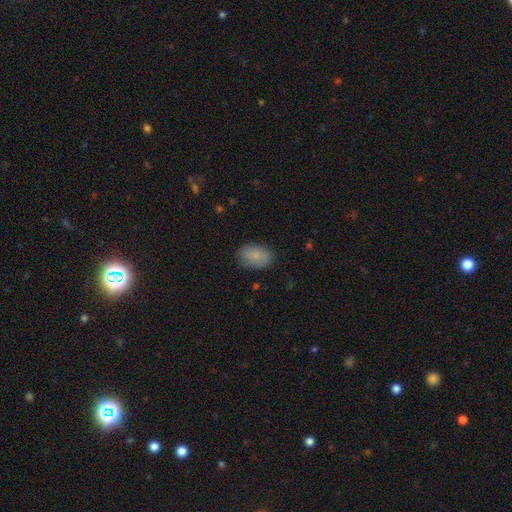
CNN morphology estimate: smooth-or-featured: smooth: 82% | featured or disk: 11% | star or artifact: 7%
  how-rounded: in between: 88% | round: 11% | cigar-shaped: 1%
  merging: none: 82% | minor disturbance: 14% | major disturbance: 3% | merger: 1%